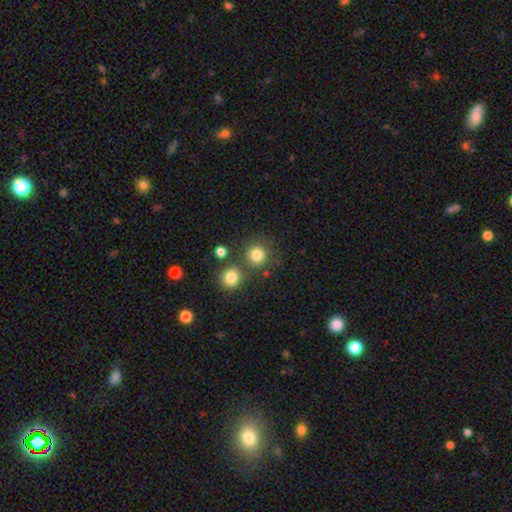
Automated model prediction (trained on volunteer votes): smooth_or_featured: smooth (p=0.81) [alt: star or artifact p=0.13]
how_rounded: round (p=0.92) [alt: in between p=0.07]
merging: none (p=0.76) [alt: merger p=0.12]